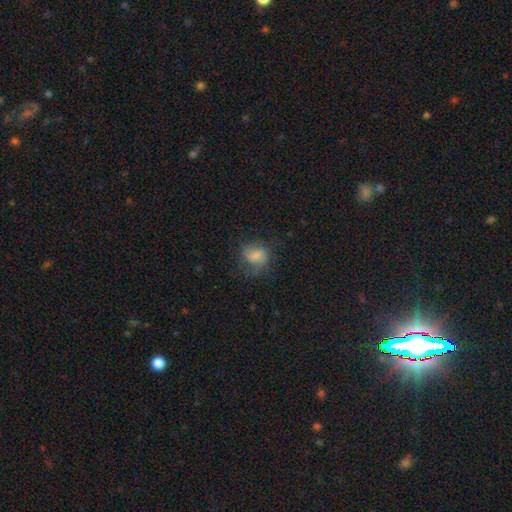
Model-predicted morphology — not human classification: smooth 58%, featured or disk 30%, star or artifact 12%. Down the decision tree: how rounded — round (50%); merging — none (58%).